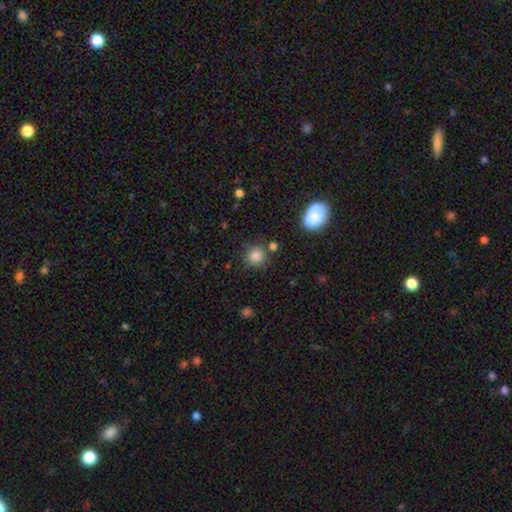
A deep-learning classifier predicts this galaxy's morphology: smooth 84%, star or artifact 12%, featured or disk 4%. Down the decision tree: how rounded — round (87%); merging — none (77%).